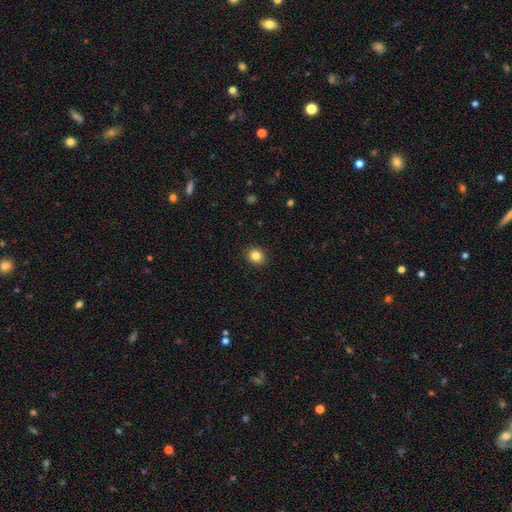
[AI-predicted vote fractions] smooth 84%, star or artifact 11%, featured or disk 5%. Down the decision tree: how rounded — round (76%); merging — none (91%).